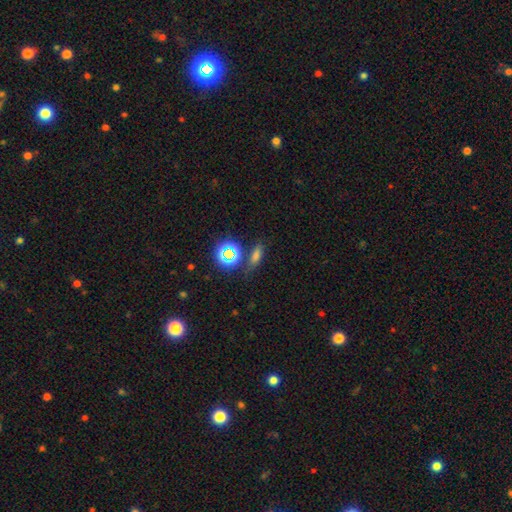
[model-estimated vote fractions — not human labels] smooth 61%, star or artifact 27%, featured or disk 12%. Down the decision tree: how rounded — in between (54%); merging — none (72%).